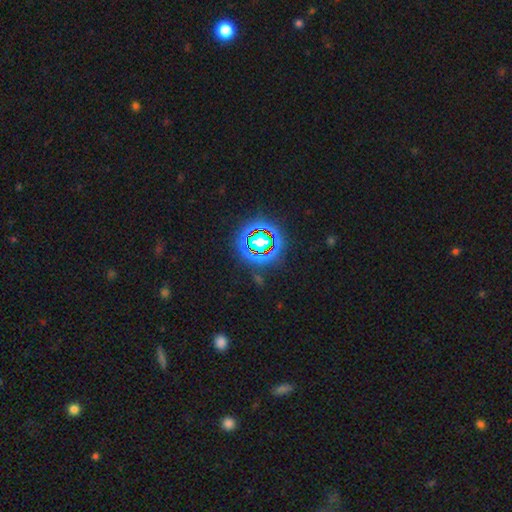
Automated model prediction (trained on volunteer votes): Smooth or featured? star or artifact (75%)